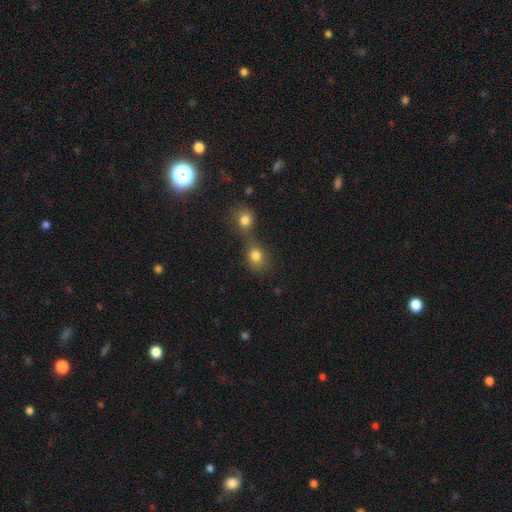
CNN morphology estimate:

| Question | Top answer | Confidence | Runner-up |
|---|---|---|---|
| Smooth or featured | smooth | 80% | star or artifact (12%) |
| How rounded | round | 69% | in between (30%) |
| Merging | merger | 56% | none (32%) |